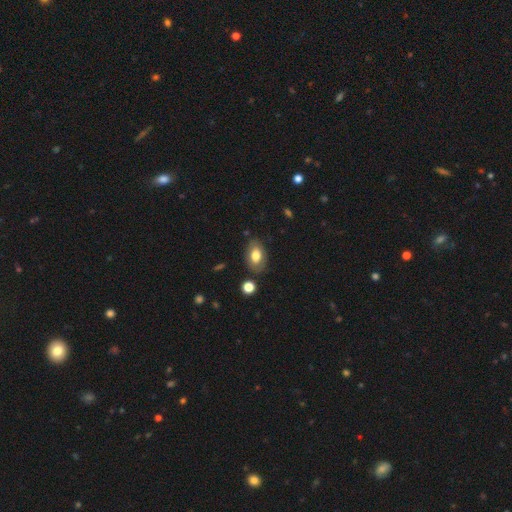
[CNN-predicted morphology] The model was most divided on "smooth or featured": smooth: 71%, featured or disk: 21%, star or artifact: 8%. More confident: how rounded — in between (88%); merging — none (79%).